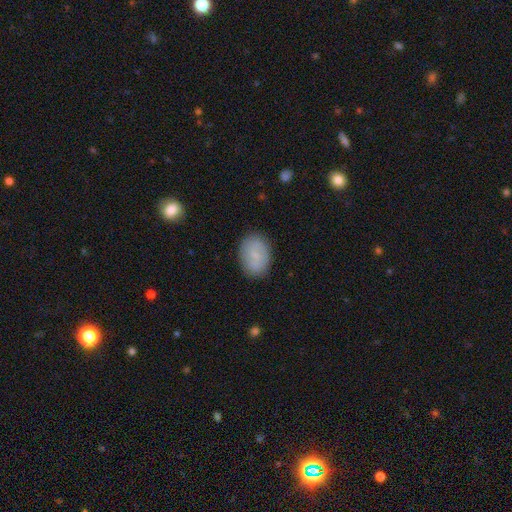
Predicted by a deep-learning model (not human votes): A smooth galaxy with no disk features (67%) that is in between round and cigar-shaped (75%).

Vote fractions:
- Smooth or featured? smooth: 67% / featured or disk: 26% / star or artifact: 7%
- How rounded? in between: 75% / round: 23% / cigar-shaped: 1%
- Merging? none: 84% / minor disturbance: 12% / major disturbance: 3% / merger: 2%